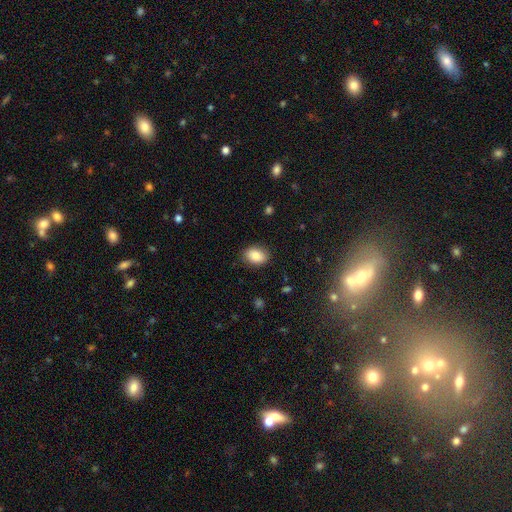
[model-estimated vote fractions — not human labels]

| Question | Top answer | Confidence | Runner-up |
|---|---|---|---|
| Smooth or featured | smooth | 85% | star or artifact (8%) |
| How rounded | in between | 75% | round (24%) |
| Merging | none | 86% | minor disturbance (11%) |